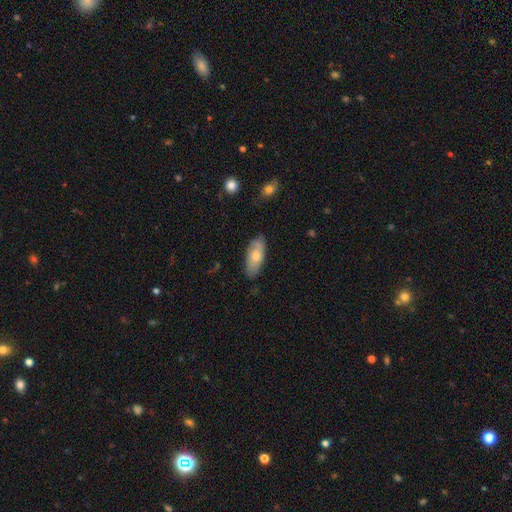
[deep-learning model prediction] A smooth galaxy with no disk features (69%) that is in between round and cigar-shaped (81%).

Vote fractions:
- Smooth or featured? smooth: 69% / featured or disk: 25% / star or artifact: 6%
- How rounded? in between: 81% / cigar-shaped: 17% / round: 2%
- Merging? none: 75% / minor disturbance: 20% / major disturbance: 4% / merger: 2%